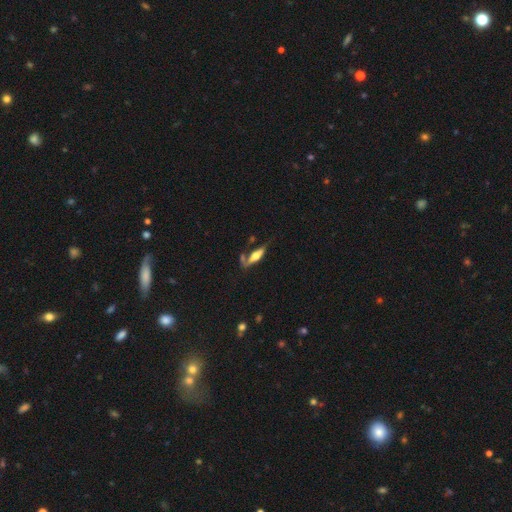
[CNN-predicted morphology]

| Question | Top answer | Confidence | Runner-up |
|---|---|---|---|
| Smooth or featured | featured or disk | 52% | smooth (41%) |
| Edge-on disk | yes | 86% | no (14%) |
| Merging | none | 53% | minor disturbance (20%) |